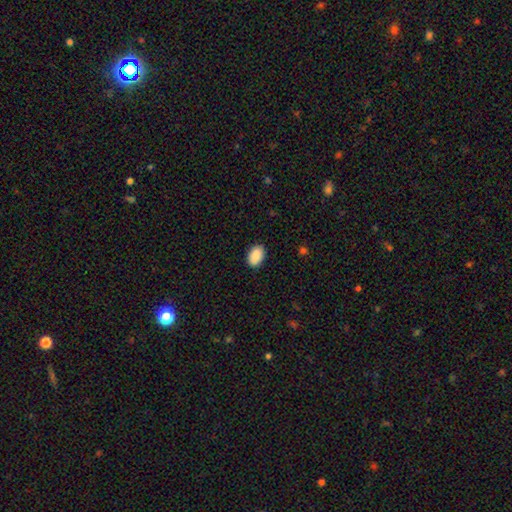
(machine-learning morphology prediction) A smooth galaxy with no disk features (90%) that is in between round and cigar-shaped (88%). Merging: none (88%).